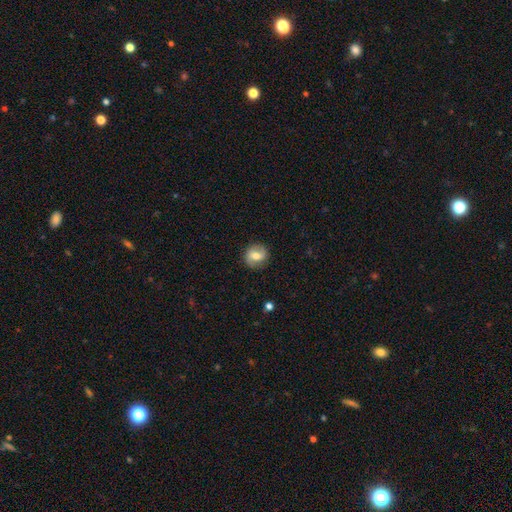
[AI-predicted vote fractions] Q: Smooth or featured?
A: smooth (50%); runner-up: featured or disk (42%)
Q: Merging?
A: none (83%); runner-up: minor disturbance (12%)